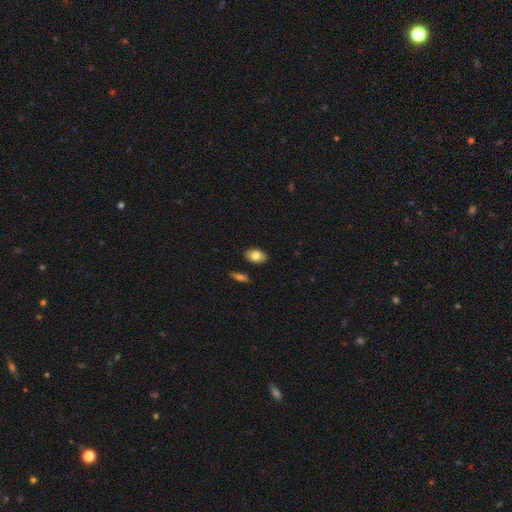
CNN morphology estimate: A smooth galaxy with no disk features (80%) that is in between round and cigar-shaped (89%).

Vote fractions:
- Smooth or featured? smooth: 80% / featured or disk: 13% / star or artifact: 7%
- How rounded? in between: 89% / round: 9% / cigar-shaped: 2%
- Merging? none: 86% / minor disturbance: 10% / merger: 2% / major disturbance: 2%